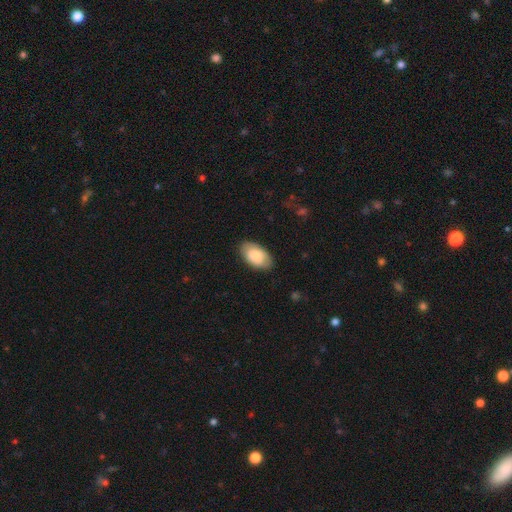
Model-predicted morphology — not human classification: Smooth or featured: smooth — 84% (featured or disk — 10%)
How rounded: in between — 95% (round — 4%)
Merging: none — 82% (minor disturbance — 14%)